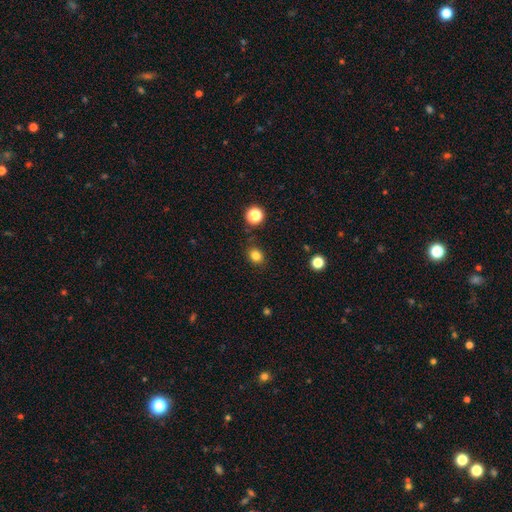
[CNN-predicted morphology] smooth_or_featured: smooth (p=0.82) [alt: star or artifact p=0.13]
how_rounded: round (p=0.61) [alt: in between p=0.38]
merging: none (p=0.86) [alt: minor disturbance p=0.09]